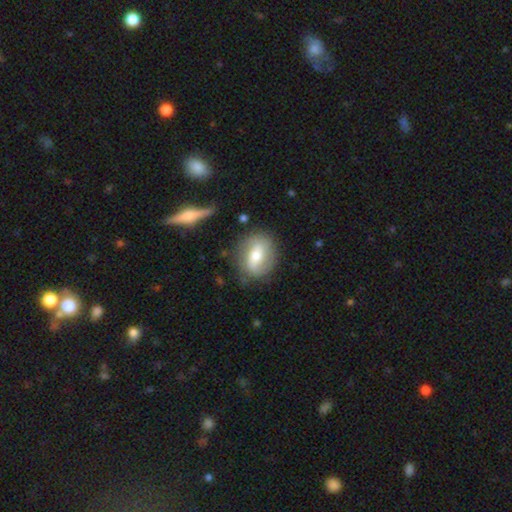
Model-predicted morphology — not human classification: Smooth or featured? featured or disk (52%)
Edge-on disk? no (90%)
Merging? none (76%)